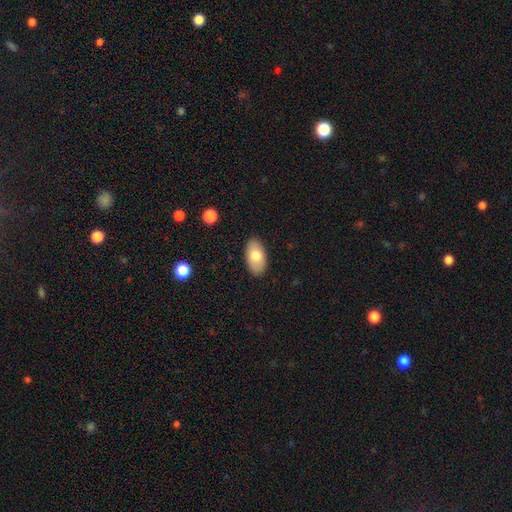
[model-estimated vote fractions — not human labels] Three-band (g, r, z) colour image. It shows a smooth galaxy with no disk features (76%) that is in between round and cigar-shaped (94%). Merging: none (88%).